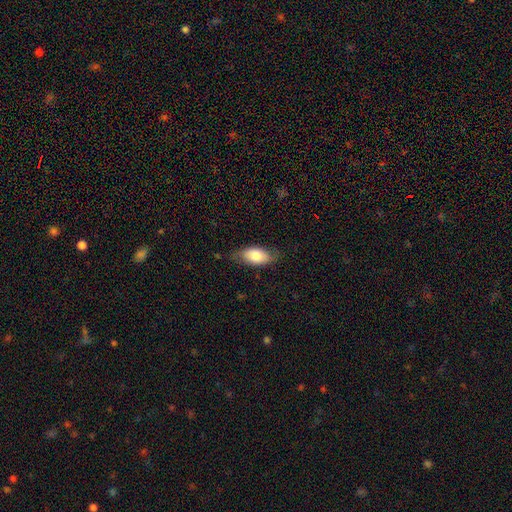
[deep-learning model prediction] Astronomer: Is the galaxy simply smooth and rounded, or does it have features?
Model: smooth — 74%.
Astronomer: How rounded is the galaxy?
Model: in between — 90%.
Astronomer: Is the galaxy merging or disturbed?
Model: none — 69%.